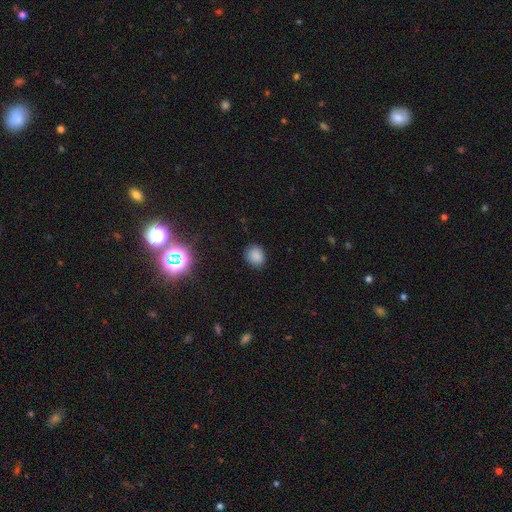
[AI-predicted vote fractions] A smooth galaxy with no disk features (83%) that is round (71%).

Vote fractions:
- Smooth or featured? smooth: 83% / star or artifact: 13% / featured or disk: 4%
- How rounded? round: 71% / in between: 28% / cigar-shaped: 1%
- Merging? none: 87% / minor disturbance: 10% / major disturbance: 3% / merger: 1%